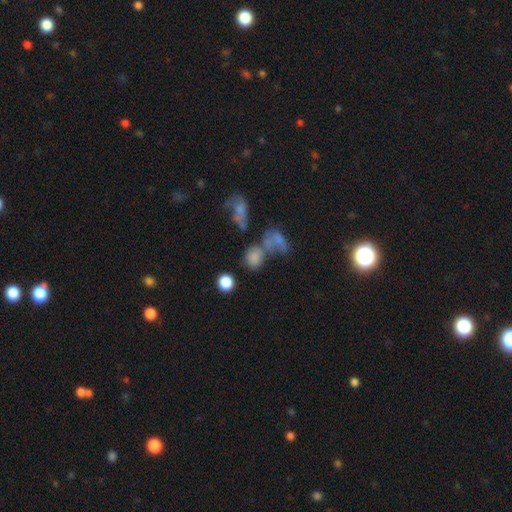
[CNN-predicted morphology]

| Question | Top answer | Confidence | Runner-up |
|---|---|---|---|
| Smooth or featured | smooth | 69% | star or artifact (17%) |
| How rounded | round | 50% | in between (46%) |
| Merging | merger | 44% | none (33%) |